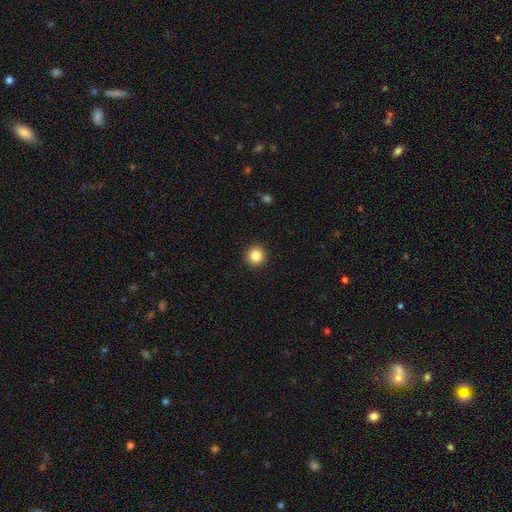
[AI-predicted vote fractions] Smooth or featured? Predicted: smooth (p=0.85). How rounded? Predicted: round (p=0.94). Merging? Predicted: none (p=0.93).